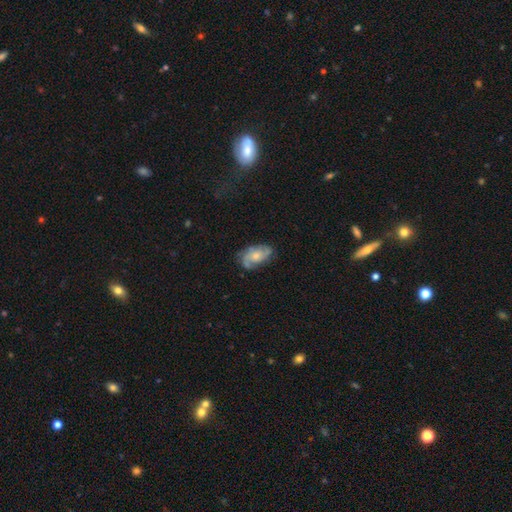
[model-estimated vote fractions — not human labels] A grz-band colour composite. It shows a featured or disk galaxy (69%) with no bar (73%), 2 (46%) medium (44%) spiral arms (91%) and a moderate central bulge (46%). Merging: none (69%).